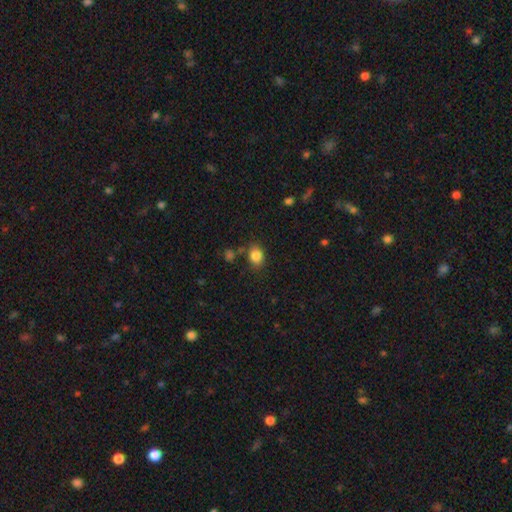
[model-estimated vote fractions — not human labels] smooth-or-featured: smooth: 84% | star or artifact: 10% | featured or disk: 5%
  how-rounded: in between: 51% | round: 48% | cigar-shaped: 1%
  merging: none: 76% | minor disturbance: 14% | merger: 6% | major disturbance: 4%